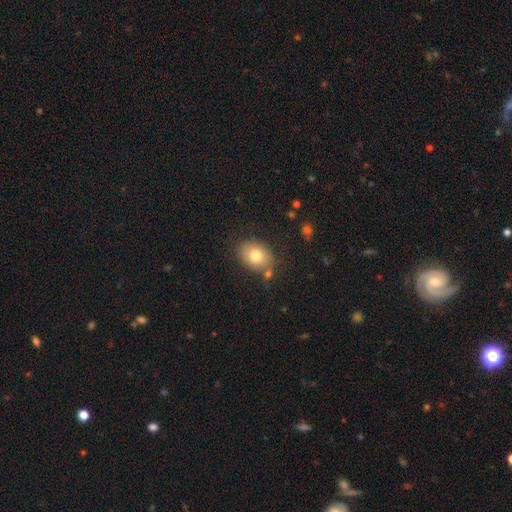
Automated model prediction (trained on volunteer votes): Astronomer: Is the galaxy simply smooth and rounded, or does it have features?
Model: smooth — 77%.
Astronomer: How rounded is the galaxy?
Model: in between — 59% (runner-up: round, 40%).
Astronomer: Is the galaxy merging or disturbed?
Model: none — 76%.